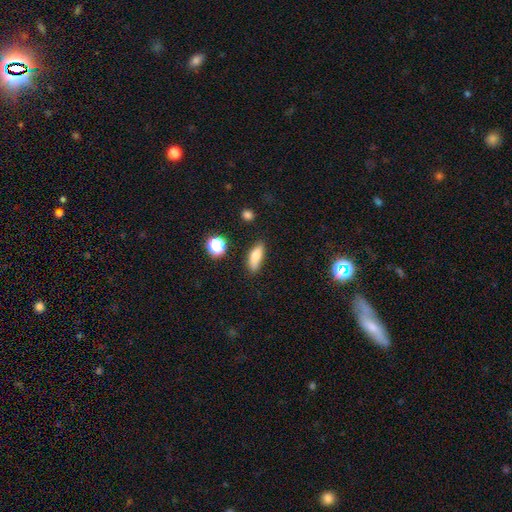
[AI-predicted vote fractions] smooth 77%, featured or disk 14%, star or artifact 9%. Down the decision tree: how rounded — in between (64%); merging — none (76%).